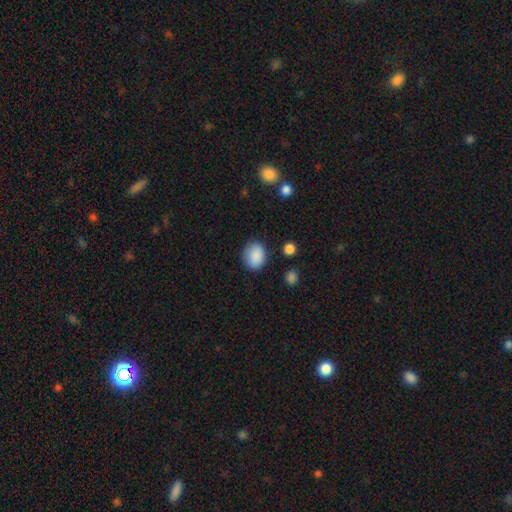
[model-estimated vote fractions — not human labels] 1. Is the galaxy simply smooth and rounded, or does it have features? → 88% smooth, 8% star or artifact, 4% featured or disk.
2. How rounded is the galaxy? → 51% round, 48% in between, 1% cigar-shaped.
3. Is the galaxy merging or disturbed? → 81% none, 13% minor disturbance, 3% major disturbance, 2% merger.